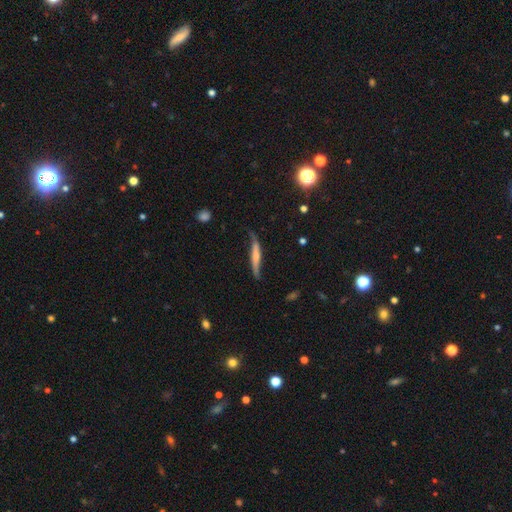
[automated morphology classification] Smooth or featured? featured or disk (62%)
Edge-on disk? yes (78%)
Merging? none (60%)